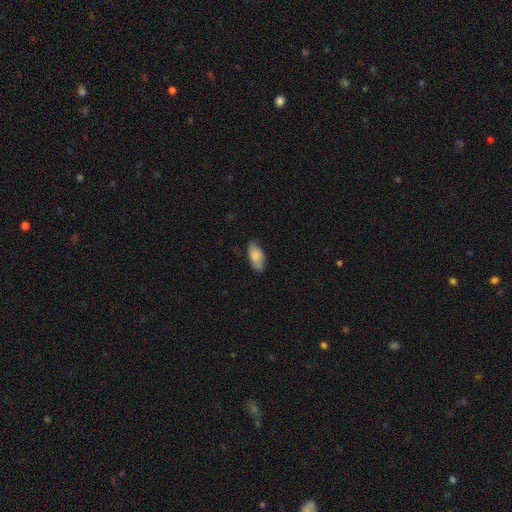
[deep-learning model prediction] smooth-or-featured: smooth: 80% | featured or disk: 13% | star or artifact: 6%
  how-rounded: in between: 90% | cigar-shaped: 7% | round: 3%
  merging: none: 79% | minor disturbance: 17% | major disturbance: 3% | merger: 1%